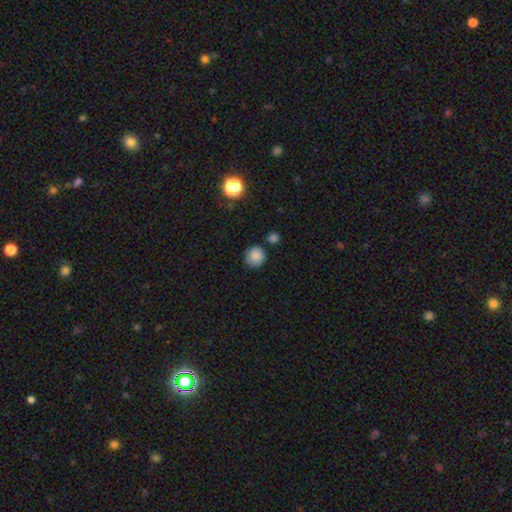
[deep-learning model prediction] This appears to be a smooth galaxy with no disk features (86%) that is round (92%). Merging: none (80%).